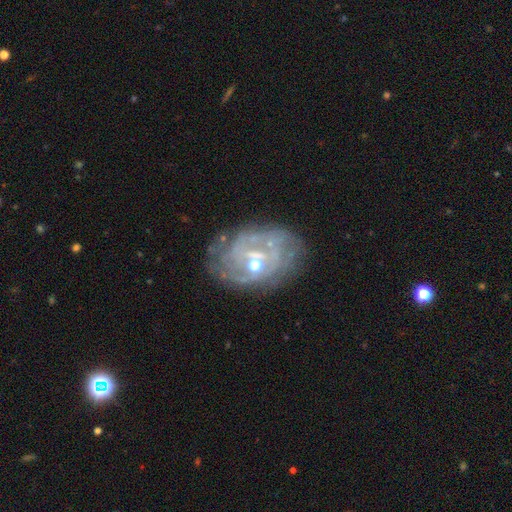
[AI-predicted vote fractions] Smooth or featured? Predicted: featured or disk (p=0.80). Edge-on disk? Predicted: no (p=0.96). Bar? Predicted: no (p=0.55). Spiral arms? Predicted: yes (p=0.83). Spiral winding? Predicted: tight (p=0.68). Spiral arm count? Predicted: can't tell (p=0.46). Bulge size? Predicted: moderate (p=0.62). Merging? Predicted: none (p=0.72).